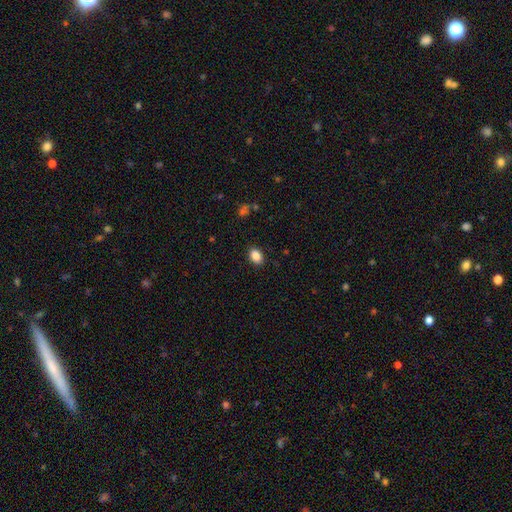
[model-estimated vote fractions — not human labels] Smooth or featured: smooth — 88% (star or artifact — 9%)
How rounded: in between — 82% (round — 17%)
Merging: none — 88% (minor disturbance — 8%)